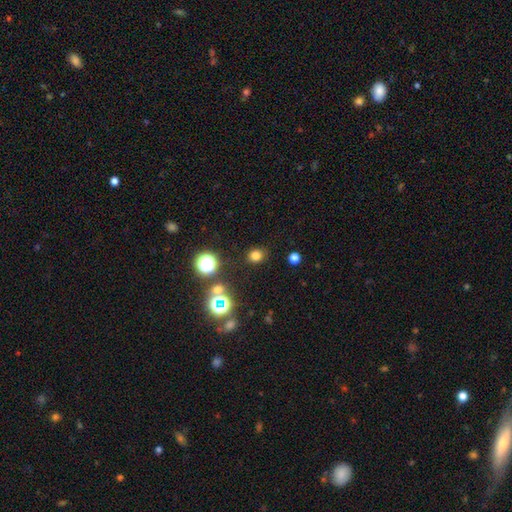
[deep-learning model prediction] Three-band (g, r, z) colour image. It shows a smooth galaxy with no disk features (75%) that is round (76%). Merging: none (87%).